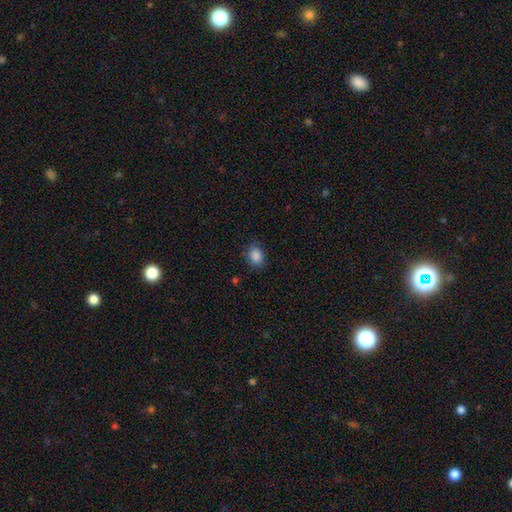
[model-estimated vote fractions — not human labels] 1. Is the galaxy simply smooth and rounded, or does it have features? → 87% smooth, 9% star or artifact, 4% featured or disk.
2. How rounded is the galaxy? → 50% round, 49% in between, 1% cigar-shaped.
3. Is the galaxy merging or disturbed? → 78% none, 17% minor disturbance, 4% major disturbance, 1% merger.